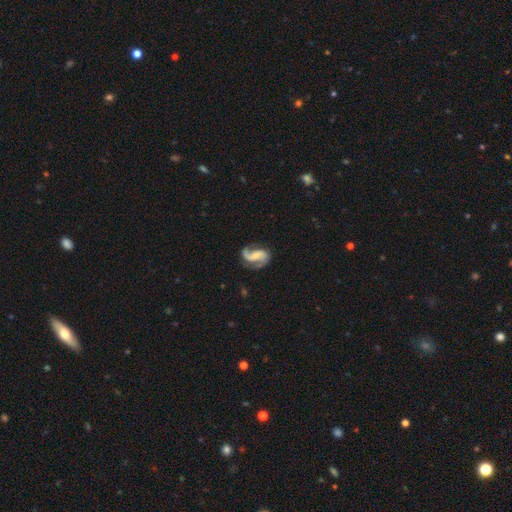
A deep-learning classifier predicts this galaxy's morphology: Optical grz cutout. It shows a featured or disk galaxy (88%) with a weak bar (41%), 2 (88%) medium (49%) spiral arms (97%) and a small central bulge (40%). Merging: none (69%).